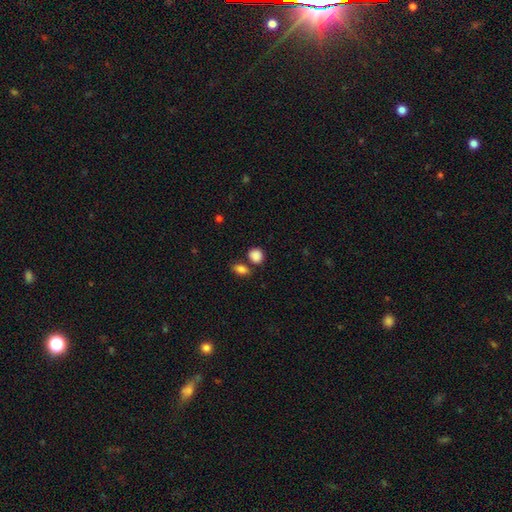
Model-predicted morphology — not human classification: Q: Smooth or featured?
A: smooth (87%); runner-up: star or artifact (9%)
Q: How rounded?
A: round (67%); runner-up: in between (32%)
Q: Merging?
A: none (66%); runner-up: merger (16%)